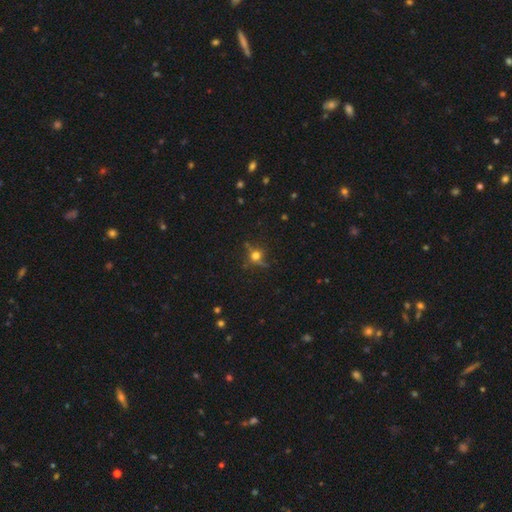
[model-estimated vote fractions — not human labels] Smooth or featured: smooth — 47% (star or artifact — 27%)
Merging: none — 74% (minor disturbance — 15%)